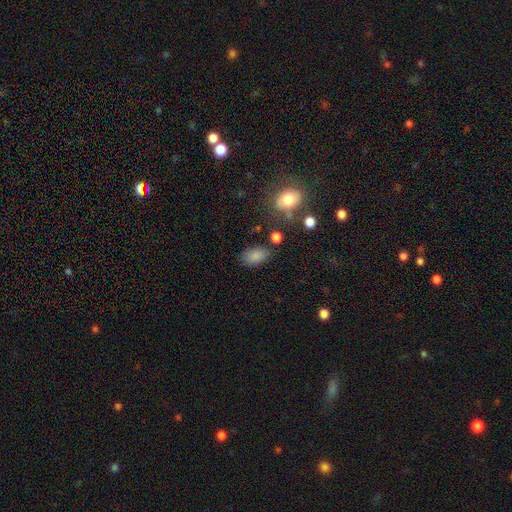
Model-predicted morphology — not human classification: This appears to be a smooth galaxy with no disk features (82%) that is in between round and cigar-shaped (90%). Merging: none (74%).